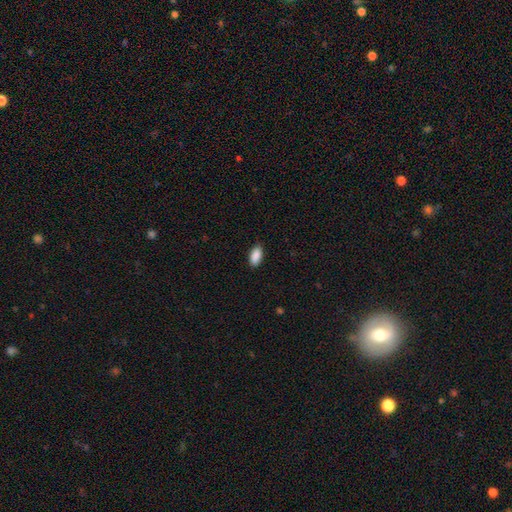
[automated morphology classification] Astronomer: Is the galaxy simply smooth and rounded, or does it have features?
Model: smooth — 90%.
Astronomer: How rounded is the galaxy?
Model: in between — 92%.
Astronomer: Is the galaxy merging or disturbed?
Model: none — 85%.